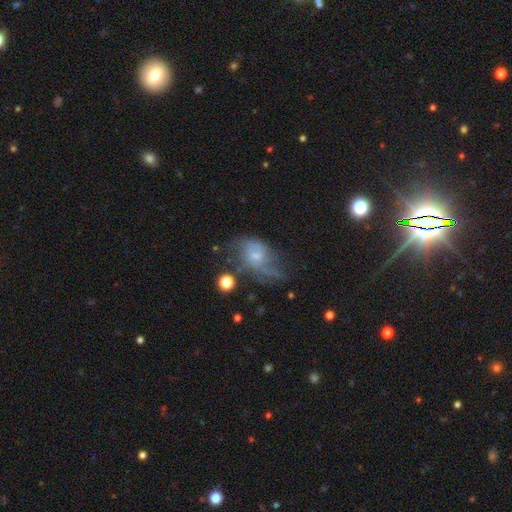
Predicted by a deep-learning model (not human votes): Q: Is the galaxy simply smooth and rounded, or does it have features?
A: featured or disk — 59%.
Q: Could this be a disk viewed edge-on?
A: no — 95%.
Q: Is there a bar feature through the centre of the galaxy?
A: no — 59%.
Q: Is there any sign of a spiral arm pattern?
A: yes — 70%.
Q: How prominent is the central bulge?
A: small — 57%.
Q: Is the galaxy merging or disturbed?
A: major disturbance — 35%.